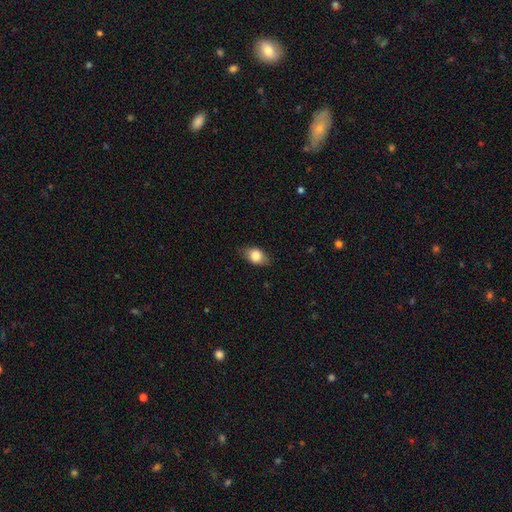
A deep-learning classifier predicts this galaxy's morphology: Smooth or featured? smooth (77%)
How rounded? in between (80%)
Merging? none (81%)